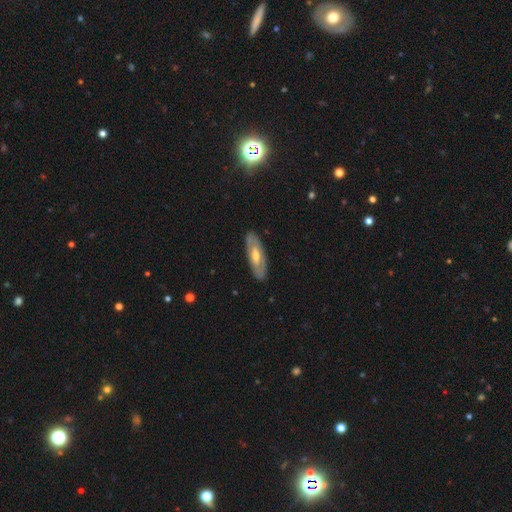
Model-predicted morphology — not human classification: Smooth or featured?
  - featured or disk: 60% *
  - smooth: 35%
  - star or artifact: 6%
Edge-on disk?
  - no: 73% *
  - yes: 27%
Merging?
  - none: 86% *
  - minor disturbance: 10%
  - major disturbance: 3%
  - merger: 1%